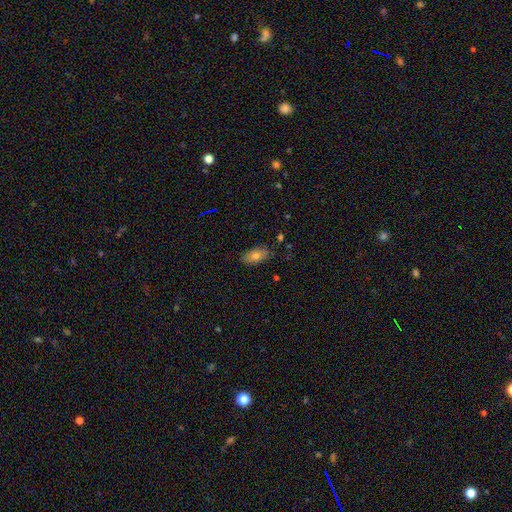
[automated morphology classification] This is likely a smooth galaxy (77%). How rounded: clearly in between (91%). Merging: clearly none (83%).